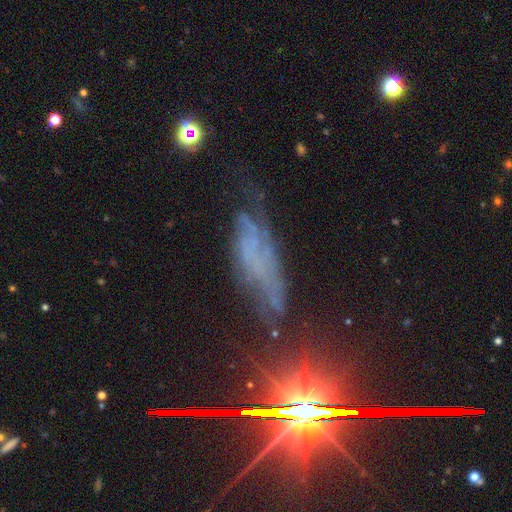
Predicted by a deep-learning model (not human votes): A featured or disk galaxy (43%). Merging: none (50%).